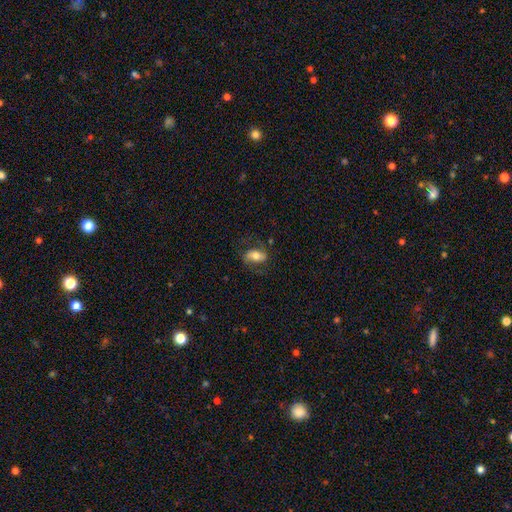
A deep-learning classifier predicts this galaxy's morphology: Q: Smooth or featured?
A: smooth (51%); runner-up: featured or disk (41%)
Q: How rounded?
A: in between (86%); runner-up: round (9%)
Q: Merging?
A: none (69%); runner-up: minor disturbance (18%)